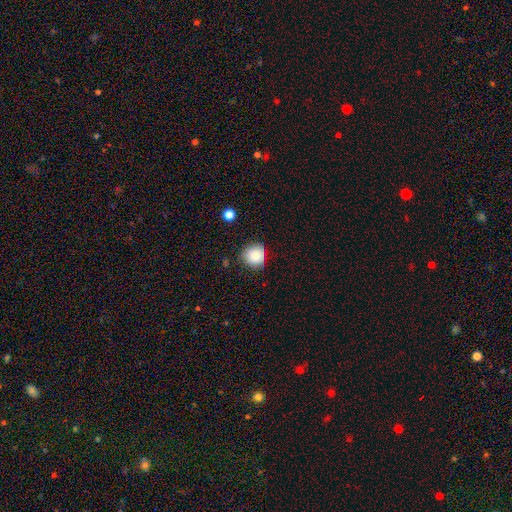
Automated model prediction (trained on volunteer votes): Smooth or featured? smooth (79%)
How rounded? round (89%)
Merging? none (75%)